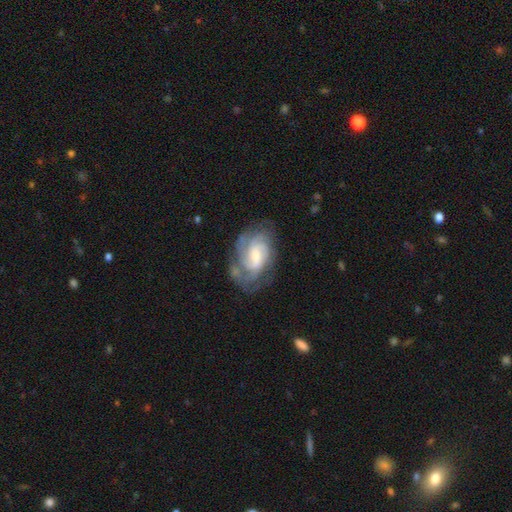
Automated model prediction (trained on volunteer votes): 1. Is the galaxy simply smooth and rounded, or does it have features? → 83% featured or disk, 11% smooth, 6% star or artifact.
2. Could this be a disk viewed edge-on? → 97% no, 3% yes.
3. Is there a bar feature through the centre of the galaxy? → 46% weak, 44% no, 10% strong.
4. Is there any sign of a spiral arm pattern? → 96% yes, 4% no.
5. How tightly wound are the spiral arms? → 55% tight, 37% medium, 8% loose.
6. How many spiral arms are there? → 28% 3, 27% can't tell, 22% 2, 13% 4, 5% 1, 5% more than 4.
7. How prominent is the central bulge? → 43% moderate, 37% small, 11% large, 8% none, 1% dominant.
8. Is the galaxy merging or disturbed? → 65% none, 21% minor disturbance, 12% major disturbance, 3% merger.